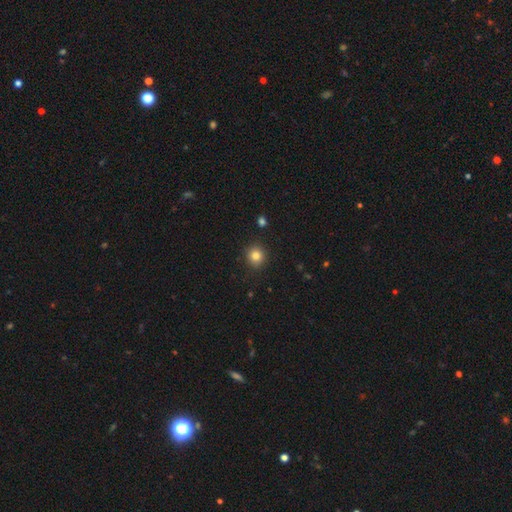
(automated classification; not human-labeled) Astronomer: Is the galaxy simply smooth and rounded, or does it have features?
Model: smooth — 83%.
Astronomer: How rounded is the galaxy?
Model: round — 89%.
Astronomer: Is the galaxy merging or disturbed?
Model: none — 90%.